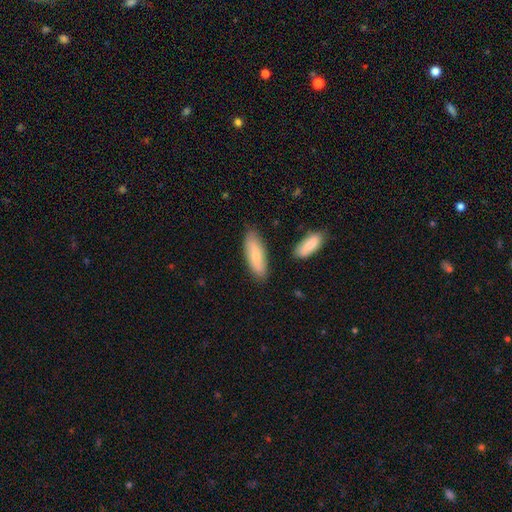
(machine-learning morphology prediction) Q: Smooth or featured?
A: smooth (68%); runner-up: featured or disk (27%)
Q: How rounded?
A: in between (55%); runner-up: cigar-shaped (43%)
Q: Merging?
A: none (82%); runner-up: minor disturbance (13%)